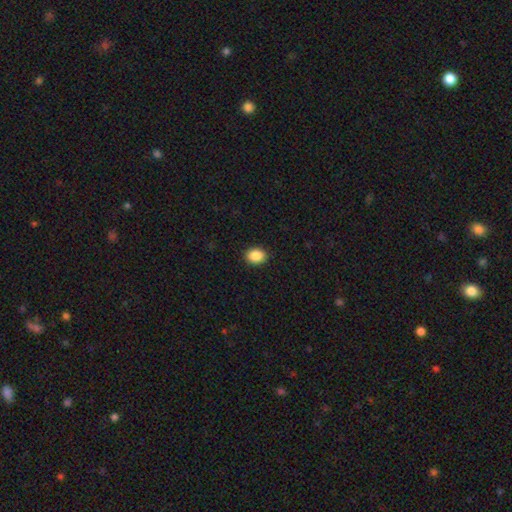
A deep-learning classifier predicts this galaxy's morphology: This appears to be a smooth galaxy with no disk features (88%) that is in between round and cigar-shaped (53%). Merging: none (91%).